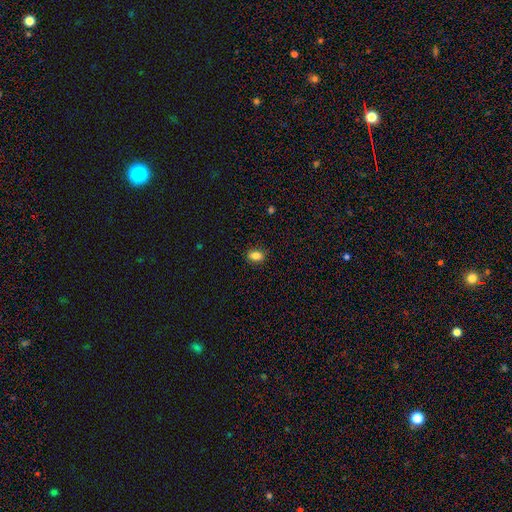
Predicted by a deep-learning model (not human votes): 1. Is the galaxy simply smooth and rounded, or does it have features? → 84% smooth, 10% star or artifact, 6% featured or disk.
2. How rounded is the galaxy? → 73% in between, 25% round, 2% cigar-shaped.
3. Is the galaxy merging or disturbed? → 87% none, 10% minor disturbance, 2% major disturbance, 1% merger.